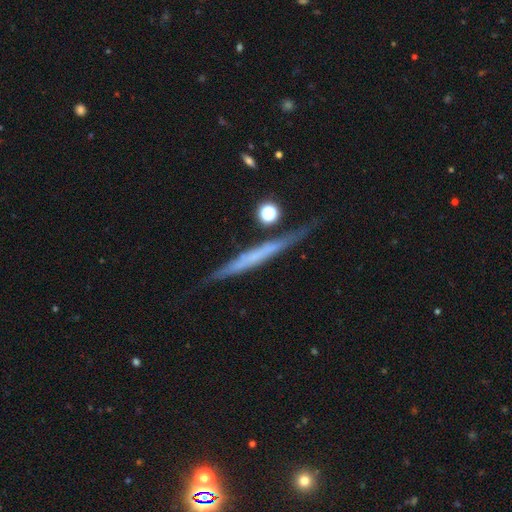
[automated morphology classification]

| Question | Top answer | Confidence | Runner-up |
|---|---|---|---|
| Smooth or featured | featured or disk | 60% | smooth (34%) |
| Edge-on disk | yes | 95% | no (5%) |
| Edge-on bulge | none | 82% | rounded (10%) |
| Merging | none | 80% | minor disturbance (13%) |